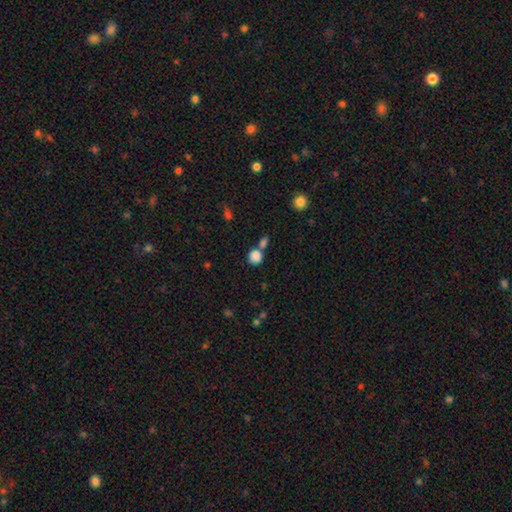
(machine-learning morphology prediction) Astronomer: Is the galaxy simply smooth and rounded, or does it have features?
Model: smooth — 85%.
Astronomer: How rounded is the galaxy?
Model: round — 81%.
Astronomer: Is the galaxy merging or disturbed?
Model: none — 52% (runner-up: merger, 34%).